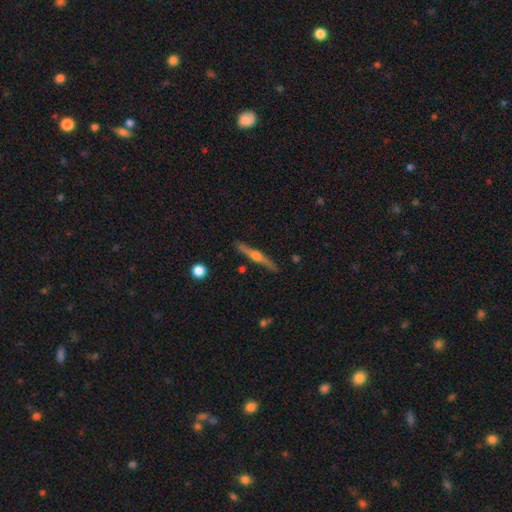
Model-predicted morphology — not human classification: Smooth or featured?
  - featured or disk: 77% *
  - smooth: 17%
  - star or artifact: 6%
Edge-on disk?
  - yes: 98% *
  - no: 2%
Edge-on bulge?
  - rounded: 90% *
  - boxy: 6%
  - none: 4%
Merging?
  - none: 87% *
  - minor disturbance: 9%
  - major disturbance: 2%
  - merger: 2%